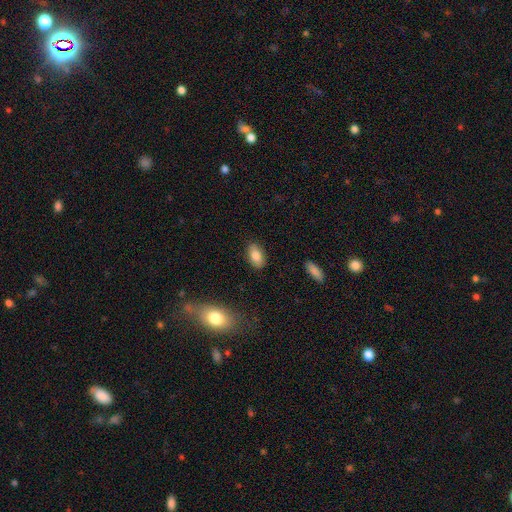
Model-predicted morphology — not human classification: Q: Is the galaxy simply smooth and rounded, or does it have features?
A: smooth — 83%.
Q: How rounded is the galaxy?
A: in between — 92%.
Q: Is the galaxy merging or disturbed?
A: none — 87%.